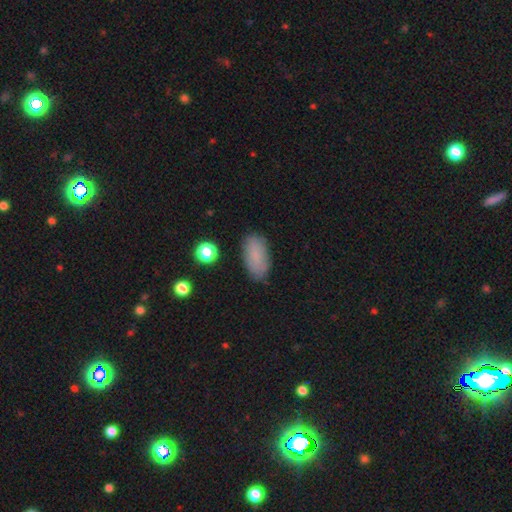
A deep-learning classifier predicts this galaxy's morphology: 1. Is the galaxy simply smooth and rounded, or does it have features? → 83% smooth, 8% star or artifact, 8% featured or disk.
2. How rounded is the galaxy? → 92% in between, 5% cigar-shaped, 3% round.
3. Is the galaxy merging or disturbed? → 84% none, 12% minor disturbance, 3% major disturbance, 1% merger.